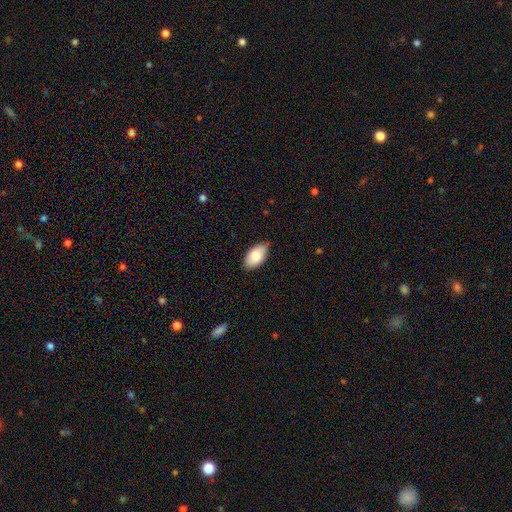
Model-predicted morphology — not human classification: This is clearly a smooth galaxy (82%). How rounded: clearly in between (94%). Merging: likely none (78%).